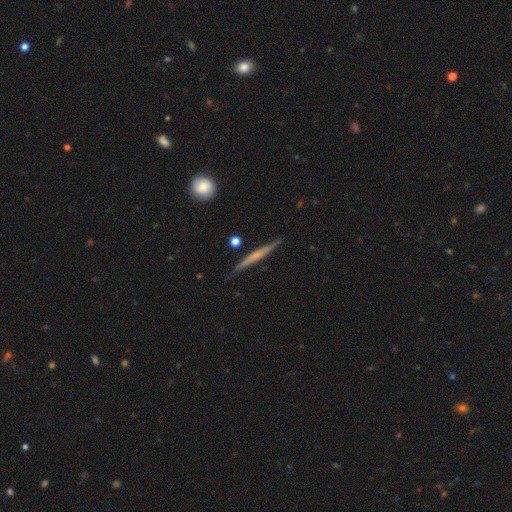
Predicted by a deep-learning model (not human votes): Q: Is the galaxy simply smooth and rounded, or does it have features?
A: featured or disk — 58%.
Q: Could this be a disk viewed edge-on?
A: yes — 97%.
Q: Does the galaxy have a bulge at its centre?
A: none — 69%.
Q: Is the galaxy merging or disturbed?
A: none — 87%.